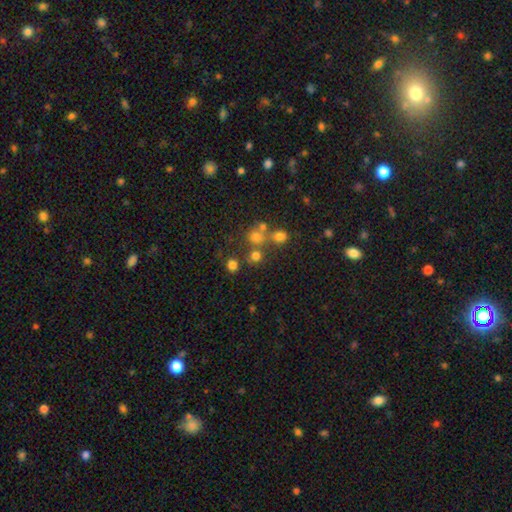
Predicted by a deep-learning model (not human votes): Smooth or featured? smooth (71%)
How rounded? round (88%)
Merging? none (66%)